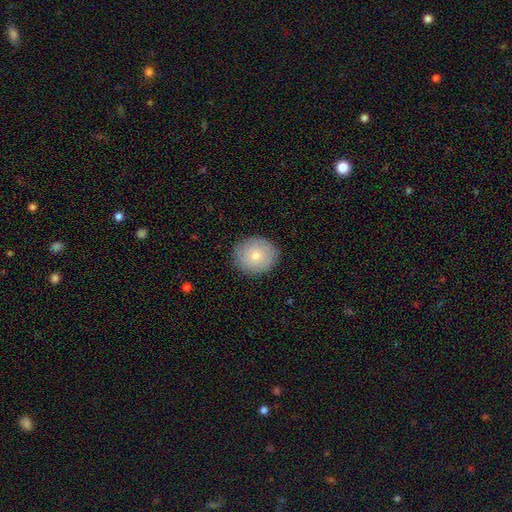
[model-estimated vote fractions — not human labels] smooth 72%, featured or disk 20%, star or artifact 8%. Down the decision tree: how rounded — round (77%); merging — none (86%).